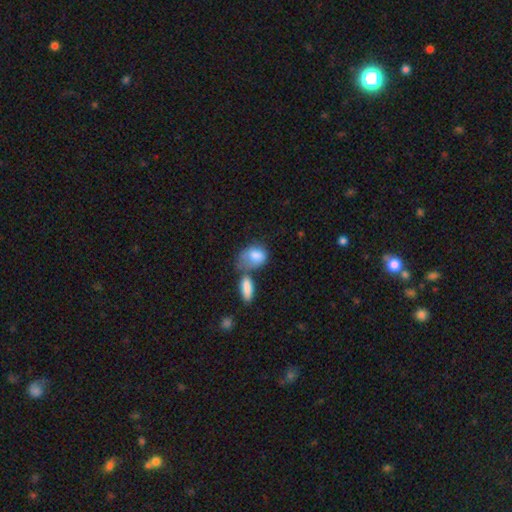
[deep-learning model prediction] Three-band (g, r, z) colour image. It shows a smooth galaxy with no disk features (79%) that is in between round and cigar-shaped (82%). Merging: merger (38%).